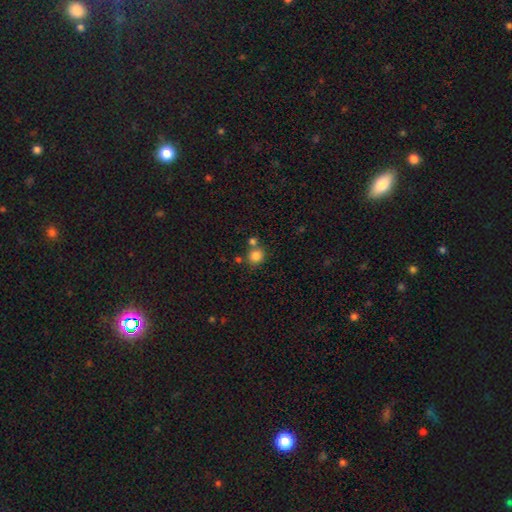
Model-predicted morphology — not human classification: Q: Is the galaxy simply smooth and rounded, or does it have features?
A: smooth — 83%.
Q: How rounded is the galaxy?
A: round — 86%.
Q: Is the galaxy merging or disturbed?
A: none — 67%.